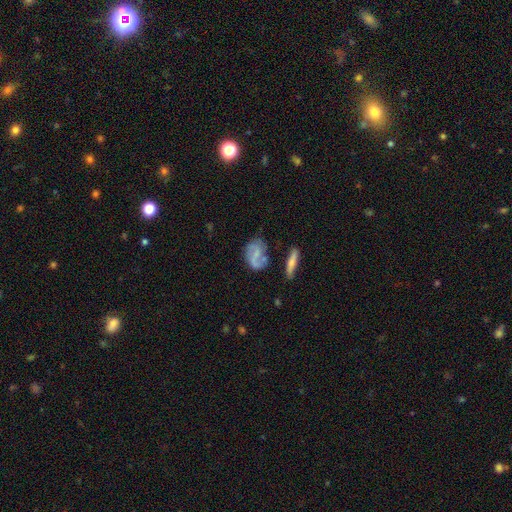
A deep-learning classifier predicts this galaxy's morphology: Smooth or featured?
  - featured or disk: 58% *
  - smooth: 34%
  - star or artifact: 8%
Edge-on disk?
  - no: 94% *
  - yes: 6%
Bar?
  - no: 47% *
  - weak: 37%
  - strong: 16%
Spiral arms?
  - yes: 80% *
  - no: 20%
Bulge size?
  - none: 42% *
  - small: 40%
  - moderate: 15%
  - large: 2%
  - dominant: 1%
Merging?
  - none: 56% *
  - minor disturbance: 23%
  - major disturbance: 11%
  - merger: 10%